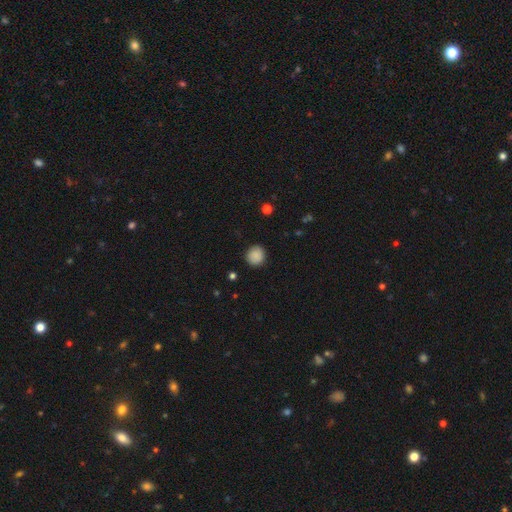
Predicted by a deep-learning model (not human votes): Q: Smooth or featured?
A: smooth (87%); runner-up: star or artifact (8%)
Q: How rounded?
A: round (90%); runner-up: in between (9%)
Q: Merging?
A: none (88%); runner-up: minor disturbance (9%)